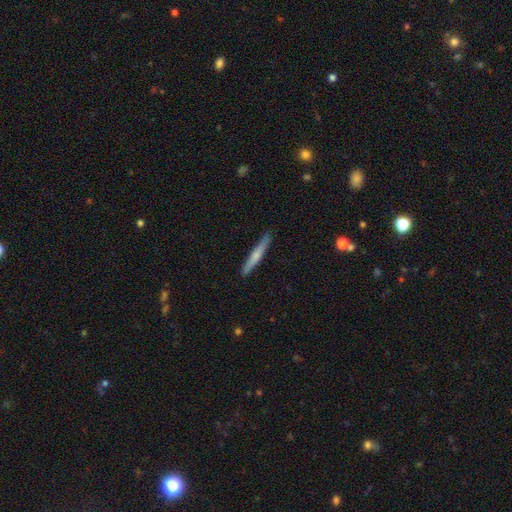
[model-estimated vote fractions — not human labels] smooth 58%, featured or disk 37%, star or artifact 5%. Down the decision tree: how rounded — cigar-shaped (96%); merging — none (90%).